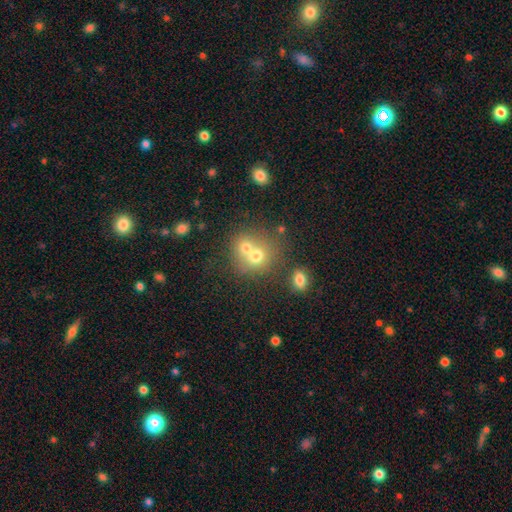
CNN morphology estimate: type=smooth (67%); roundness=round (76%); merging=merger (59%).